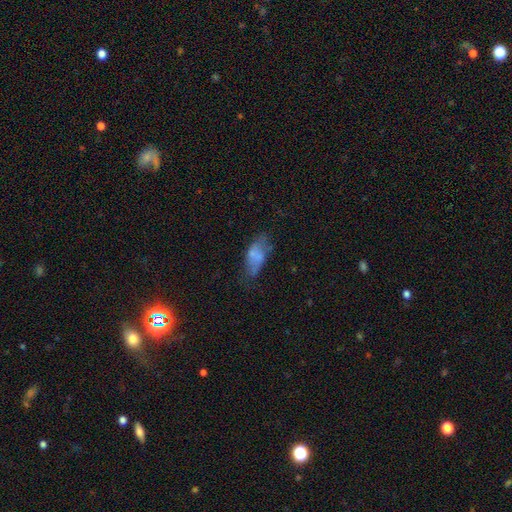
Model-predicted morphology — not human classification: A smooth galaxy with no disk features (60%) that is in between round and cigar-shaped (88%). Merging: none (42%).